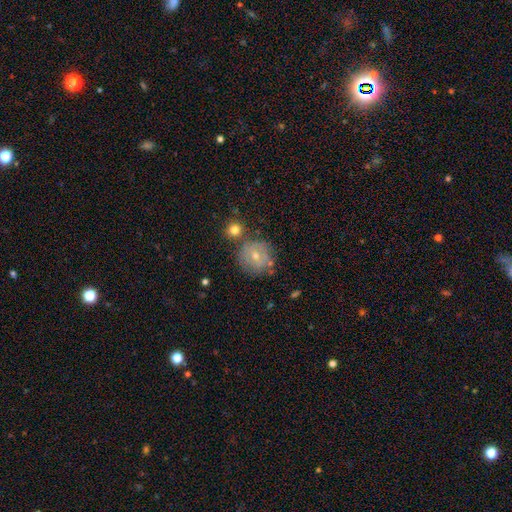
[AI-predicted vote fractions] A smooth galaxy with no disk features (57%) that is round (89%). Merging: none (61%).